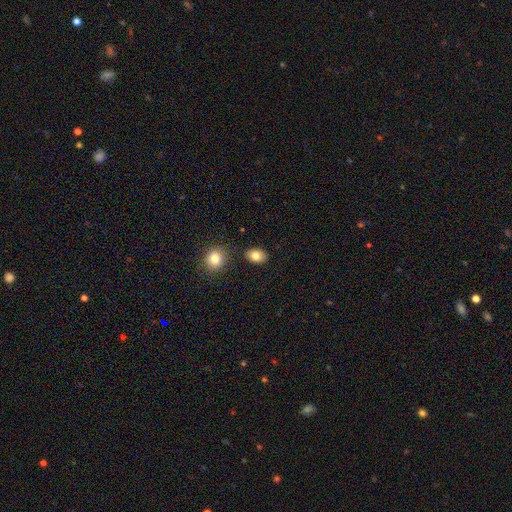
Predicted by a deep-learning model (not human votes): Smooth or featured?
  - smooth: 82% *
  - featured or disk: 9%
  - star or artifact: 9%
How rounded?
  - in between: 74% *
  - round: 25%
  - cigar-shaped: 1%
Merging?
  - none: 83% *
  - minor disturbance: 10%
  - merger: 5%
  - major disturbance: 2%